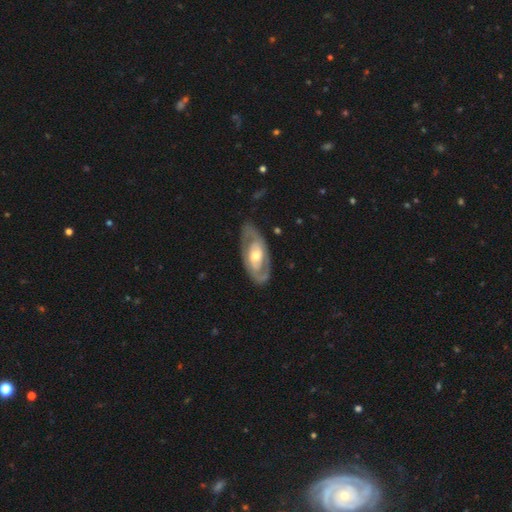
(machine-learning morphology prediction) This is likely a featured or disk galaxy (79%). It is clearly not viewed edge-on (92%). Bar: possibly no (57%). Spiral arm pattern: likely yes (74%). Spiral arm count: likely 2 (77%). Spiral winding: possibly tight (51%). Central bulge: likely moderate (69%). Merging: likely none (78%).